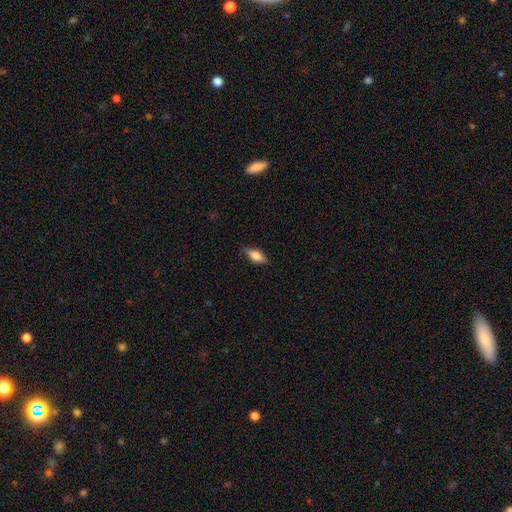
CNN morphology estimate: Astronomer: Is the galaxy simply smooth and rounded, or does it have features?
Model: smooth — 72%.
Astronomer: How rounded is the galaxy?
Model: in between — 75%.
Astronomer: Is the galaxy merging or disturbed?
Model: none — 81%.